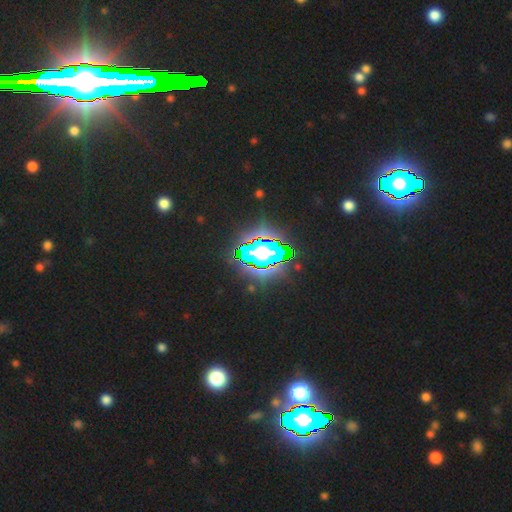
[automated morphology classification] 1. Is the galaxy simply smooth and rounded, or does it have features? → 84% star or artifact, 9% smooth, 8% featured or disk.